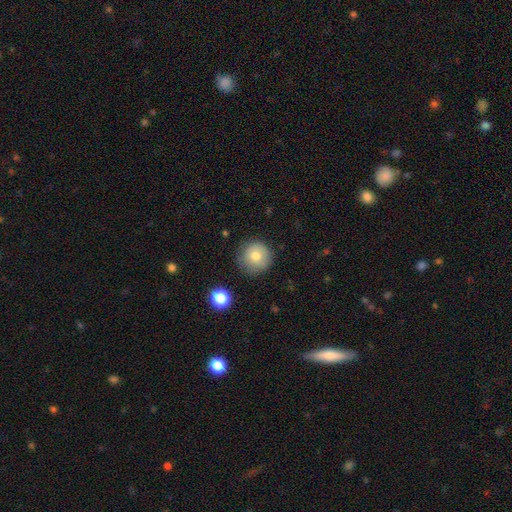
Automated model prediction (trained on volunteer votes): smooth_or_featured: smooth (p=0.74) [alt: featured or disk p=0.15]
how_rounded: round (p=0.95) [alt: in between p=0.04]
merging: none (p=0.81) [alt: minor disturbance p=0.14]